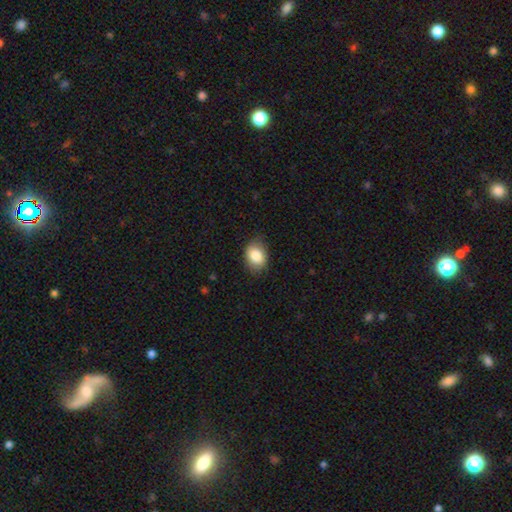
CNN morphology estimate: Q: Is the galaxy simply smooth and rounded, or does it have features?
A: smooth — 84%.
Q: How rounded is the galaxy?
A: in between — 72%.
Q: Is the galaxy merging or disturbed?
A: none — 79%.